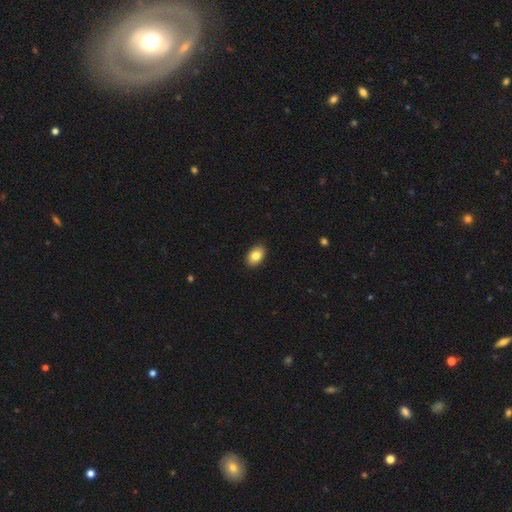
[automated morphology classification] Smooth or featured? smooth (84%)
How rounded? in between (86%)
Merging? none (88%)